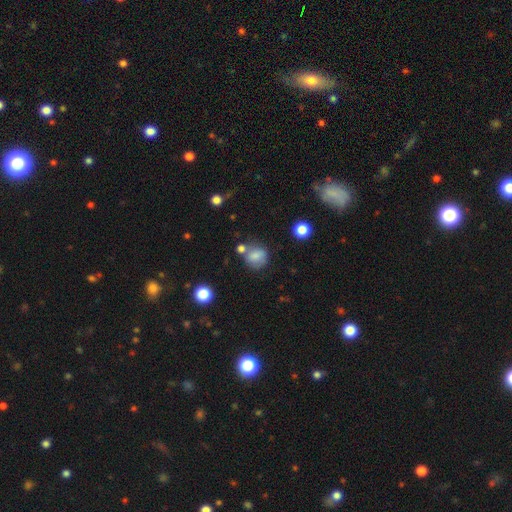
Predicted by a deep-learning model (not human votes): Morphology: type=smooth (77%); roundness=round (77%); merging=none (59%).